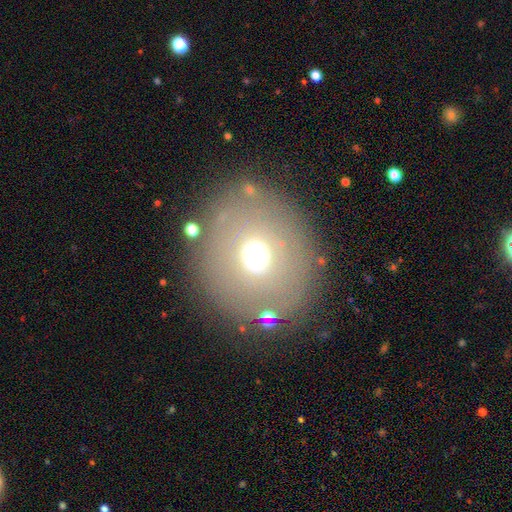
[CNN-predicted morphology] Smooth or featured: smooth — 58% (featured or disk — 27%)
How rounded: round — 79% (in between — 19%)
Merging: none — 79% (minor disturbance — 11%)